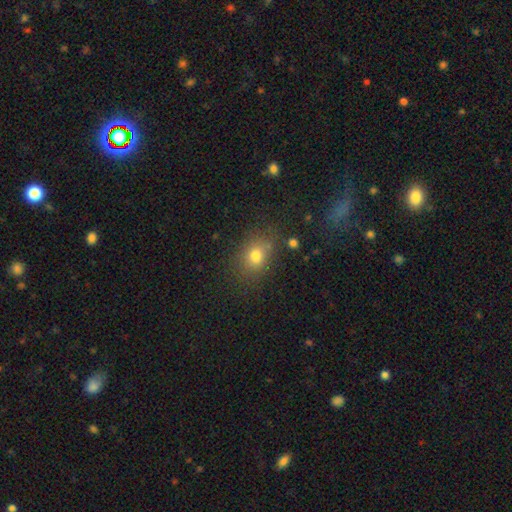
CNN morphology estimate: smooth-or-featured: smooth: 77% | star or artifact: 14% | featured or disk: 9%
  how-rounded: in between: 52% | round: 46% | cigar-shaped: 1%
  merging: none: 74% | minor disturbance: 16% | major disturbance: 6% | merger: 5%